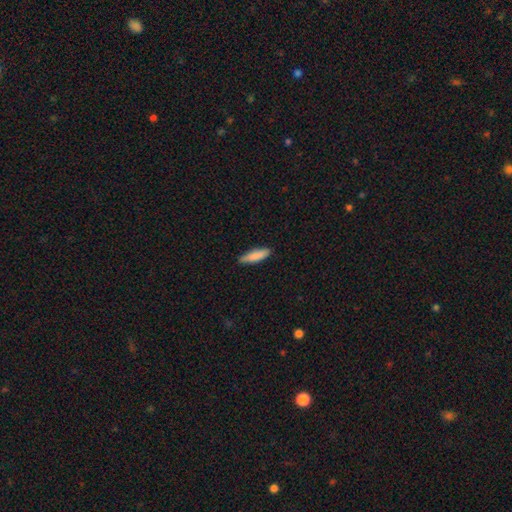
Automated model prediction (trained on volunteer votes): A smooth galaxy with no disk features (85%) that is cigar-shaped (68%). Merging: none (84%).